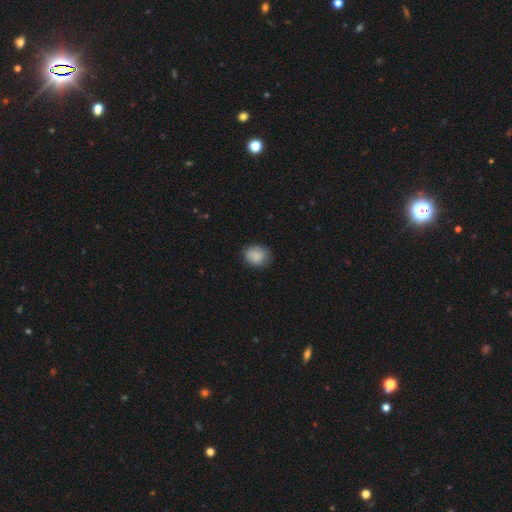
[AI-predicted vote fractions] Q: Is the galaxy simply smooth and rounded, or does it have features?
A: smooth — 87%.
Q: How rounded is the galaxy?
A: round — 60%.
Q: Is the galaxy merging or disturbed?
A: none — 77%.